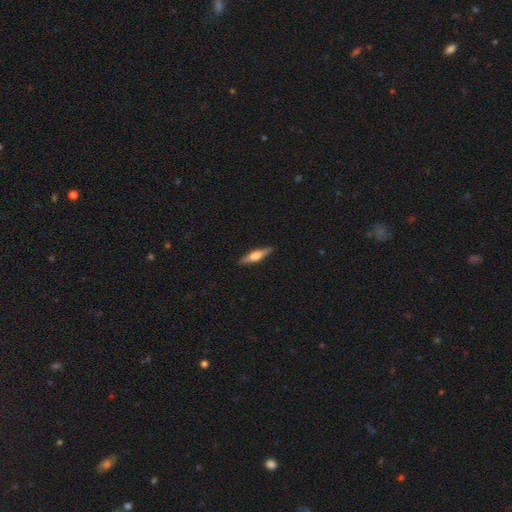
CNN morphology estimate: smooth_or_featured: featured or disk (p=0.56) [alt: smooth p=0.38]
disk_edge_on: yes (p=0.95) [alt: no p=0.05]
edge_on_bulge: rounded (p=0.88) [alt: boxy p=0.09]
merging: none (p=0.89) [alt: minor disturbance p=0.08]